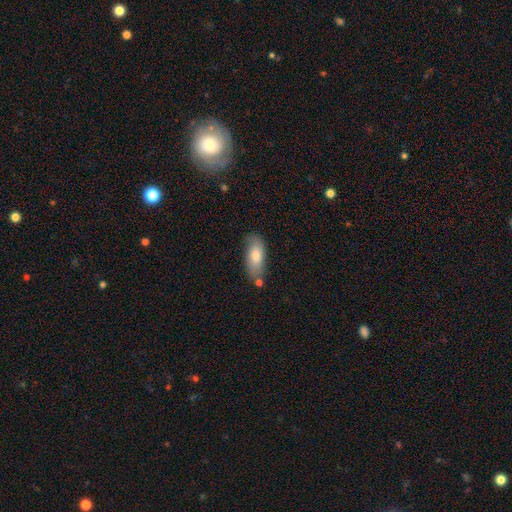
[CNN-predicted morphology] Overall: smooth (77%). How rounded: in between (84%). Merging: none (70%).